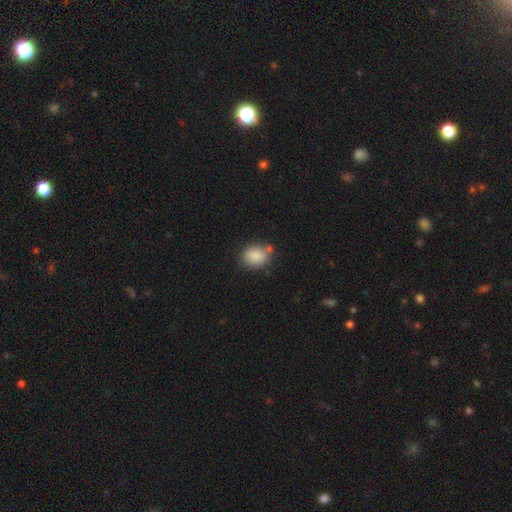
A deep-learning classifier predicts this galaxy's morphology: Smooth or featured? Predicted: smooth (p=0.87). How rounded? Predicted: in between (p=0.52). Merging? Predicted: none (p=0.69).